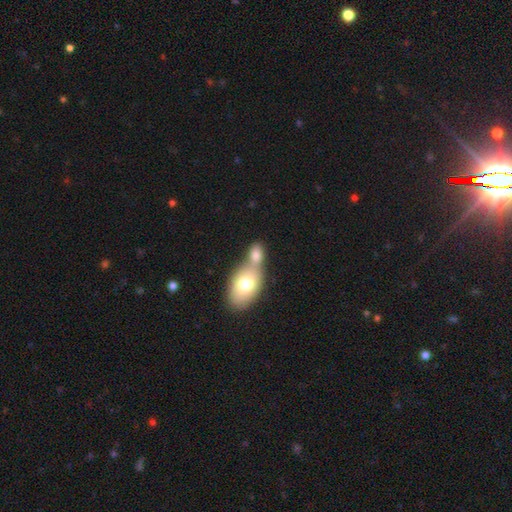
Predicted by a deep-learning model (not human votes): smooth_or_featured: smooth (p=0.77) [alt: featured or disk p=0.15]
how_rounded: in between (p=0.79) [alt: round p=0.17]
merging: merger (p=0.64) [alt: none p=0.26]